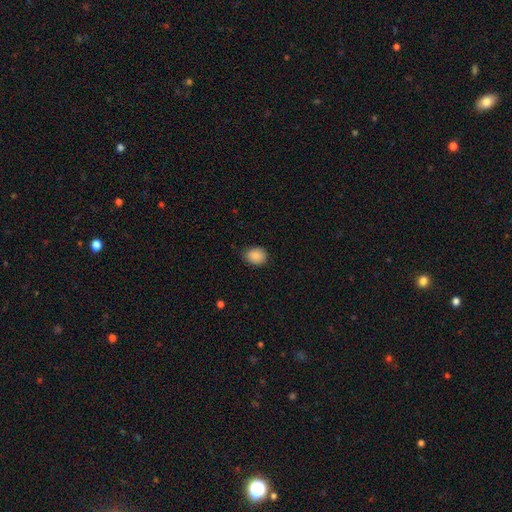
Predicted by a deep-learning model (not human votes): A smooth galaxy with no disk features (88%) that is round (52%).

Vote fractions:
- Smooth or featured? smooth: 88% / star or artifact: 8% / featured or disk: 4%
- How rounded? round: 52% / in between: 48% / cigar-shaped: 1%
- Merging? none: 81% / minor disturbance: 16% / major disturbance: 3% / merger: 1%